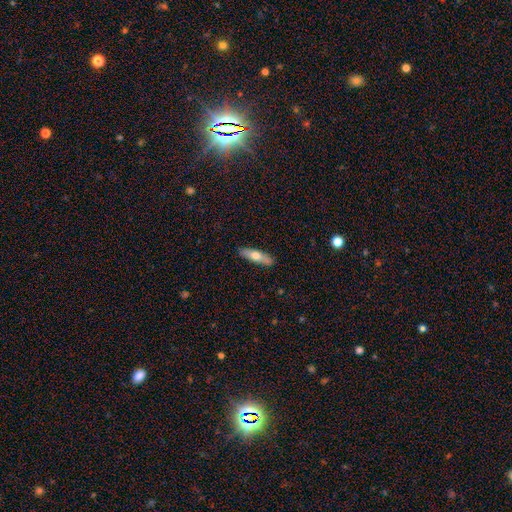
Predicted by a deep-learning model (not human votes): Morphology: type=smooth (62%); roundness=cigar-shaped (66%); merging=none (88%).